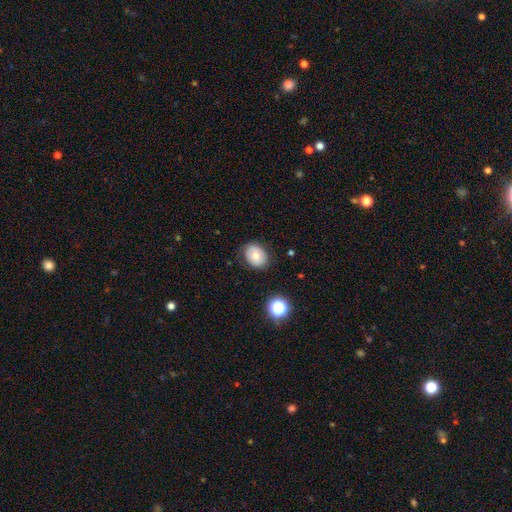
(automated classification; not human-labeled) A smooth galaxy with no disk features (69%) that is in between round and cigar-shaped (61%). Merging: none (82%).